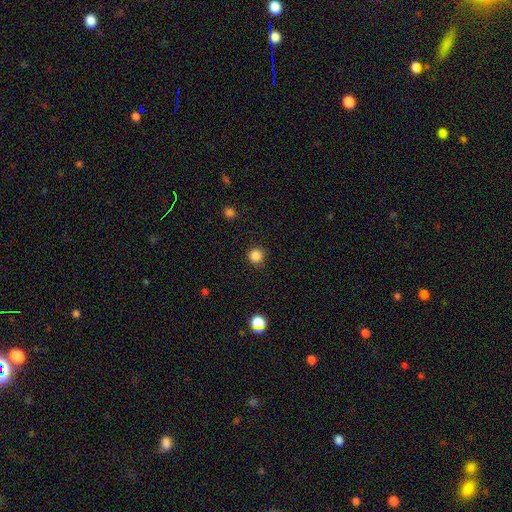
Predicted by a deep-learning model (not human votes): Smooth or featured: smooth — 85% (star or artifact — 12%)
How rounded: round — 94% (in between — 5%)
Merging: none — 90% (minor disturbance — 7%)